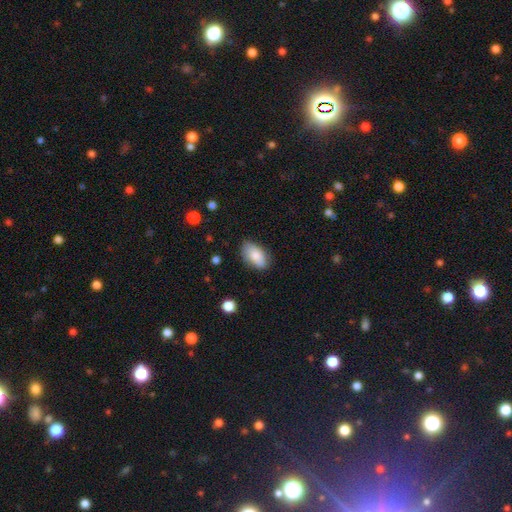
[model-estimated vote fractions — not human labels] Smooth or featured?
  - smooth: 83% *
  - featured or disk: 10%
  - star or artifact: 6%
How rounded?
  - in between: 94% *
  - round: 4%
  - cigar-shaped: 2%
Merging?
  - none: 77% *
  - minor disturbance: 18%
  - major disturbance: 4%
  - merger: 1%